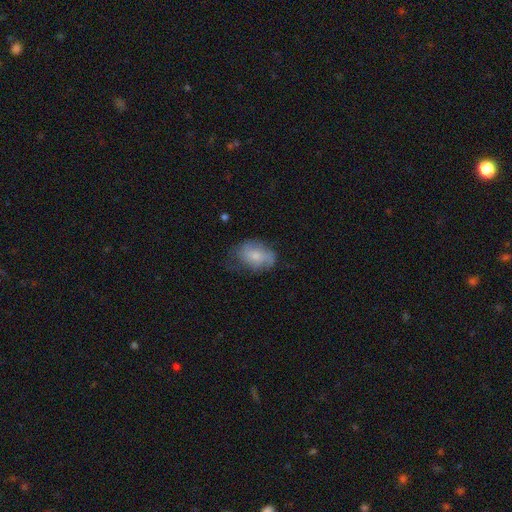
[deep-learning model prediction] Overall: smooth (56%; featured or disk 36%). How rounded: in between (80%). Merging: none (52%; minor disturbance 31%).